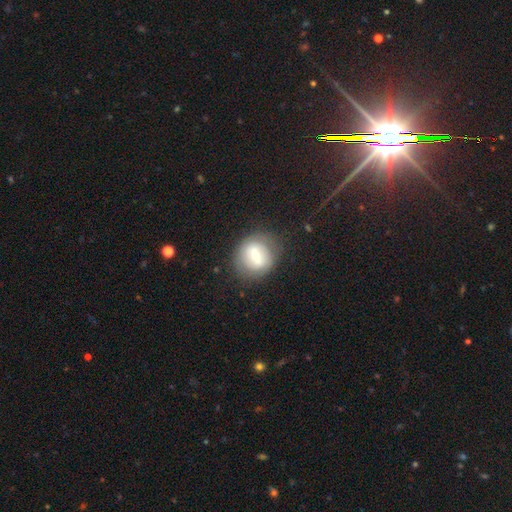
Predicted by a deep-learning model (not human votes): This appears to be a smooth galaxy with no disk features (48%). Merging: none (74%).